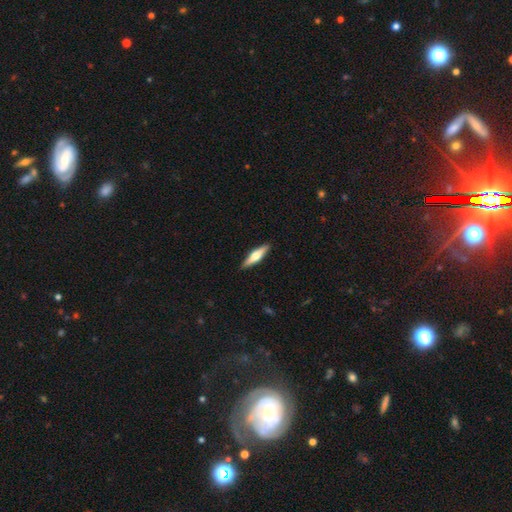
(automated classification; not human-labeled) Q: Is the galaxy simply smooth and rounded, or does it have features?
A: featured or disk — 53%.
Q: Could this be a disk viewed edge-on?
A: yes — 96%.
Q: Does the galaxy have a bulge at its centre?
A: rounded — 90%.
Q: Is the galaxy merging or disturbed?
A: none — 90%.